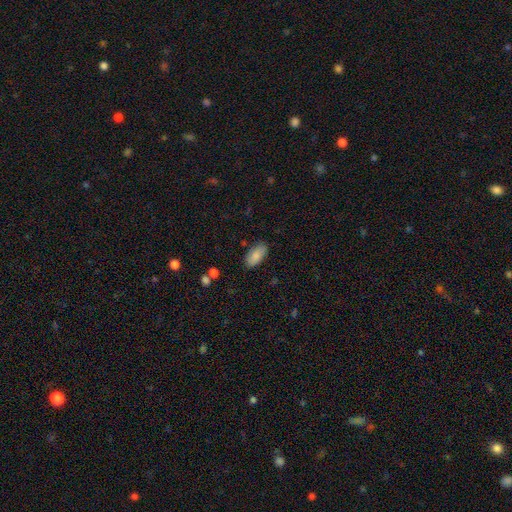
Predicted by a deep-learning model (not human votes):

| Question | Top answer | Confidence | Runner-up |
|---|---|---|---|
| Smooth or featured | smooth | 86% | featured or disk (7%) |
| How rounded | in between | 91% | cigar-shaped (7%) |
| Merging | none | 84% | minor disturbance (12%) |